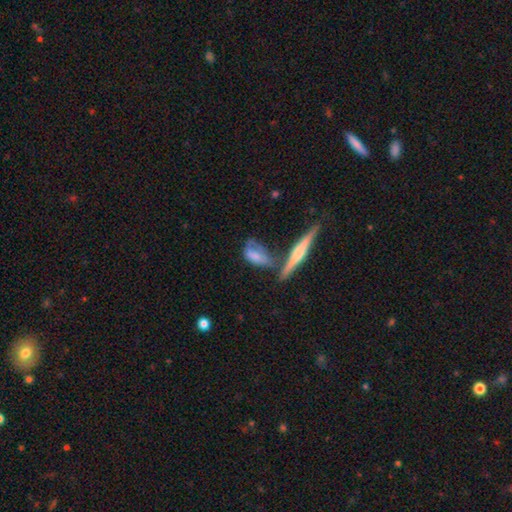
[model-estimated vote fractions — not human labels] Smooth or featured? smooth (59%)
How rounded? in between (72%)
Merging? none (30%)